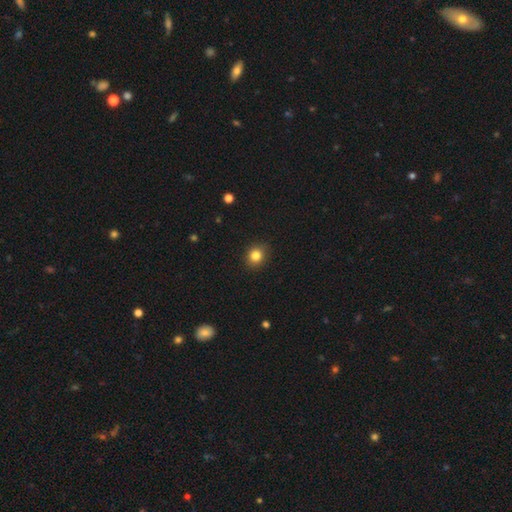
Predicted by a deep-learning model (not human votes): Overall: smooth (84%). How rounded: round (76%). Merging: none (89%).